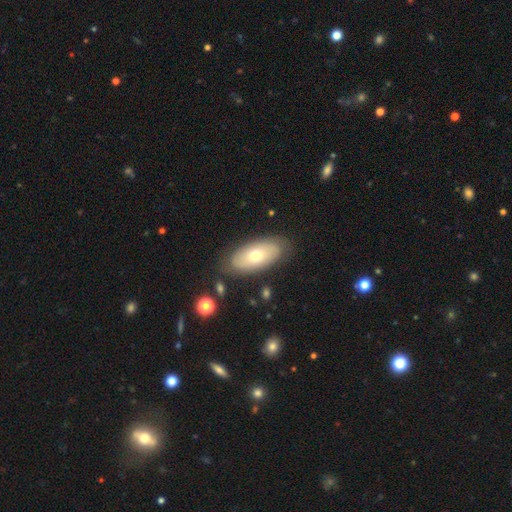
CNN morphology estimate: smooth-or-featured: smooth: 57% | featured or disk: 37% | star or artifact: 7%
  how-rounded: in between: 92% | cigar-shaped: 4% | round: 3%
  merging: none: 79% | minor disturbance: 15% | major disturbance: 4% | merger: 2%